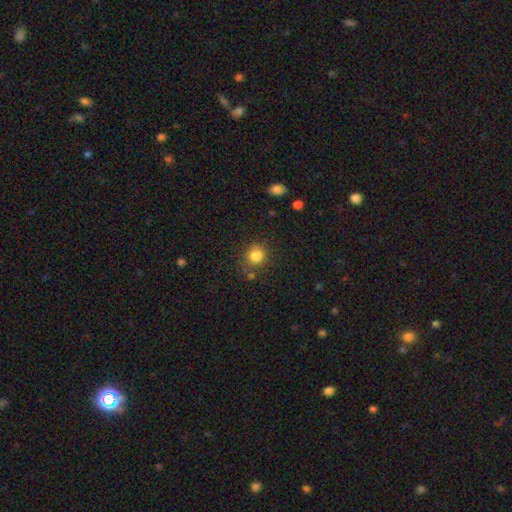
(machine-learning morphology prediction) A smooth galaxy with no disk features (83%) that is round (84%). Merging: none (75%).